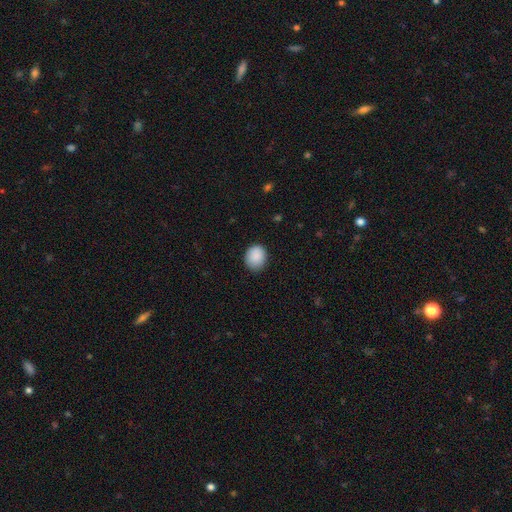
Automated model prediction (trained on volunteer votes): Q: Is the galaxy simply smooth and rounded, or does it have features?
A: smooth — 89%.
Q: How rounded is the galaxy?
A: round — 64%.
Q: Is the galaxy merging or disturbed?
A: none — 82%.